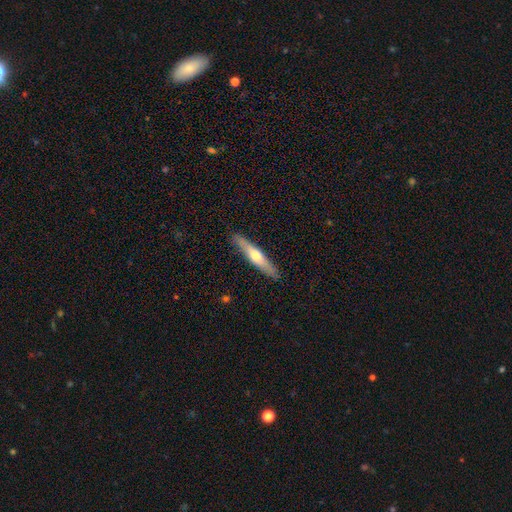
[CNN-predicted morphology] Smooth or featured? smooth (47%, tied with featured or disk)
Merging? none (89%)